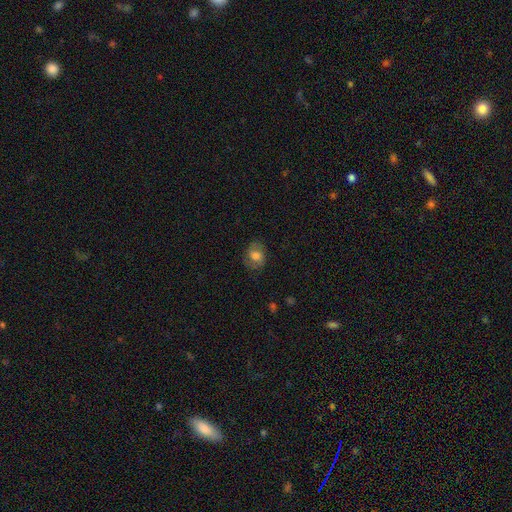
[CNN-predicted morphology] A smooth galaxy with no disk features (57%) that is in between round and cigar-shaped (53%).

Vote fractions:
- Smooth or featured? smooth: 57% / featured or disk: 33% / star or artifact: 10%
- How rounded? in between: 53% / round: 46% / cigar-shaped: 1%
- Merging? none: 73% / minor disturbance: 18% / major disturbance: 8% / merger: 1%